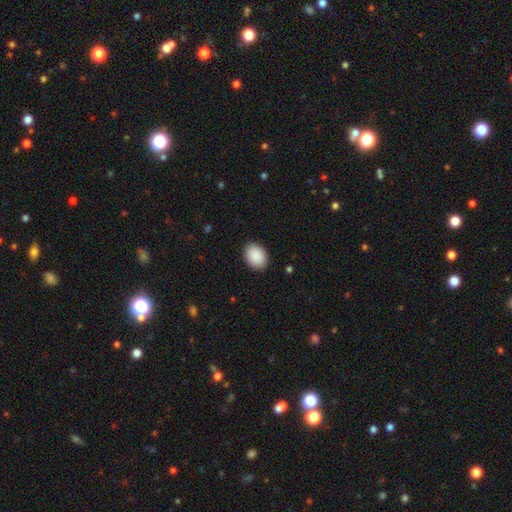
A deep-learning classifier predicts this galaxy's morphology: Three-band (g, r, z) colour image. It shows a smooth galaxy with no disk features (91%) that is in between round and cigar-shaped (71%). Merging: none (90%).